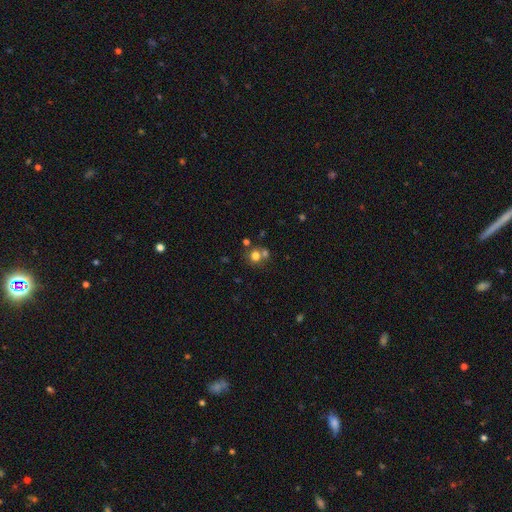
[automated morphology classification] A smooth galaxy with no disk features (72%) that is round (83%).

Vote fractions:
- Smooth or featured? smooth: 72% / star or artifact: 15% / featured or disk: 13%
- How rounded? round: 83% / in between: 16% / cigar-shaped: 1%
- Merging? none: 52% / merger: 35% / minor disturbance: 9% / major disturbance: 4%